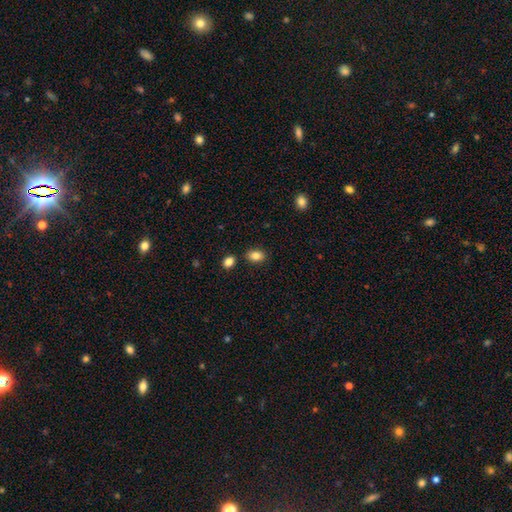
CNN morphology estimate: This is clearly a smooth galaxy (85%). How rounded: clearly in between (81%). Merging: clearly none (82%).